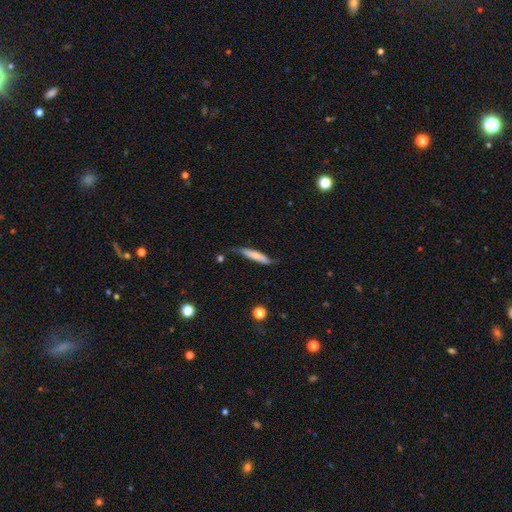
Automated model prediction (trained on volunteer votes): smooth_or_featured: smooth (p=0.69) [alt: featured or disk p=0.26]
how_rounded: cigar-shaped (p=0.87) [alt: in between p=0.11]
merging: none (p=0.59) [alt: minor disturbance p=0.30]